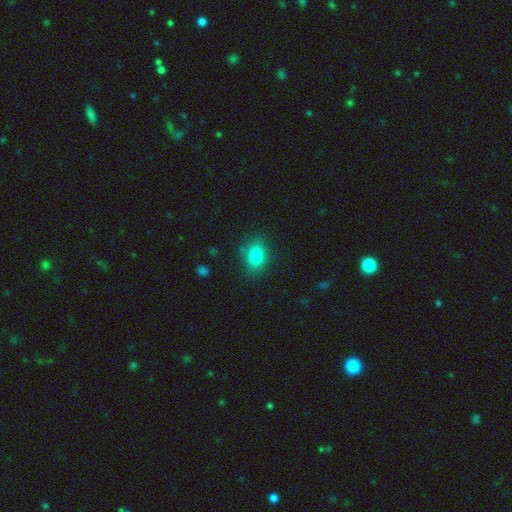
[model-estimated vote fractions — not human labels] Morphology: type=smooth (83%); roundness=in between (72%); merging=none (83%).